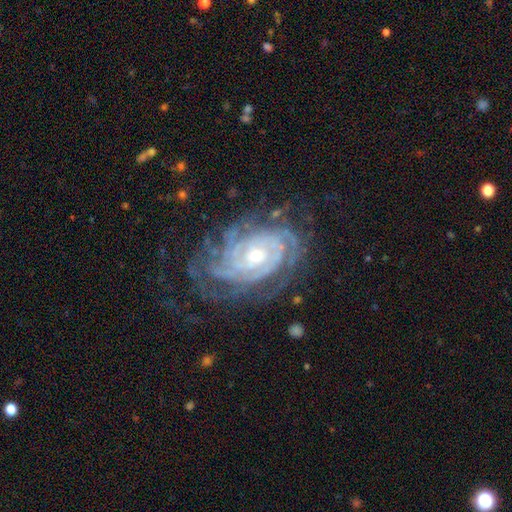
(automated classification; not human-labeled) smooth_or_featured: featured or disk (p=0.91) [alt: star or artifact p=0.05]
disk_edge_on: no (p=0.97) [alt: yes p=0.03]
bar: no (p=0.69) [alt: weak p=0.22]
has_spiral_arms: yes (p=0.98) [alt: no p=0.02]
spiral_winding: tight (p=0.81) [alt: medium p=0.16]
spiral_arm_count: can't tell (p=0.25) [alt: 4 p=0.22]
bulge_size: small (p=0.54) [alt: moderate p=0.42]
merging: none (p=0.71) [alt: minor disturbance p=0.18]